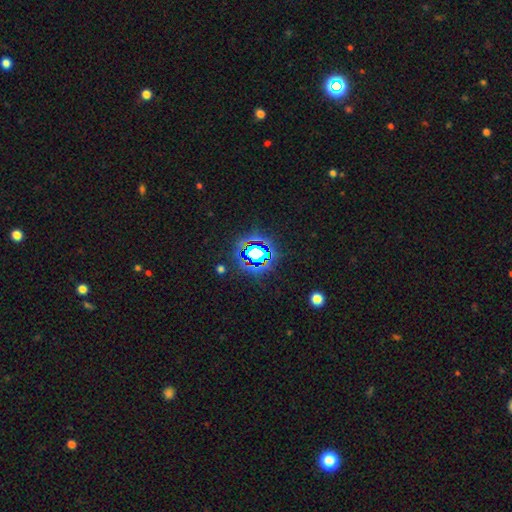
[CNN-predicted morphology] Overall: star or artifact (70%).